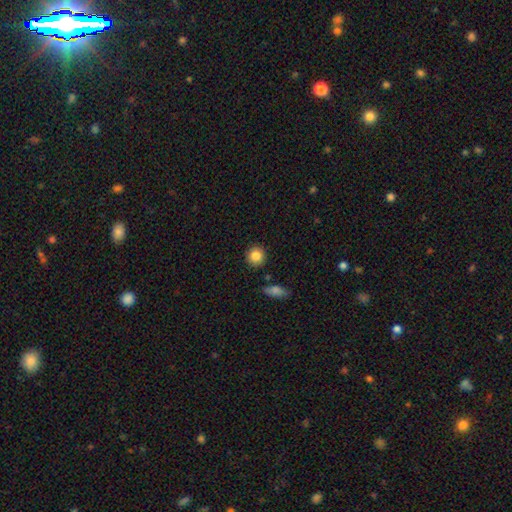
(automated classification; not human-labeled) Morphology: type=smooth (85%); roundness=round (90%); merging=none (88%).